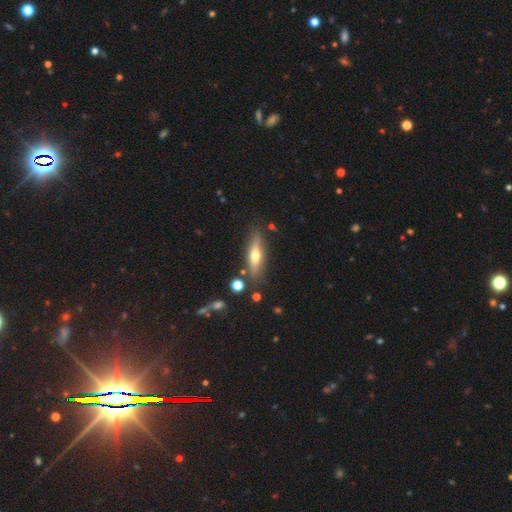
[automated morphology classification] Overall: featured or disk (49%; smooth 44%). Merging: none (81%).